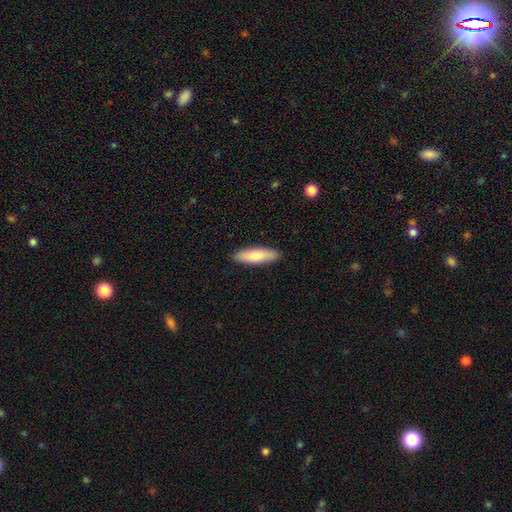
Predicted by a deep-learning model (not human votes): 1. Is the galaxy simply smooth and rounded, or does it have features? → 79% smooth, 15% featured or disk, 5% star or artifact.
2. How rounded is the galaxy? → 61% cigar-shaped, 38% in between, 2% round.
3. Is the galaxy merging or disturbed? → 90% none, 7% minor disturbance, 2% major disturbance, 1% merger.